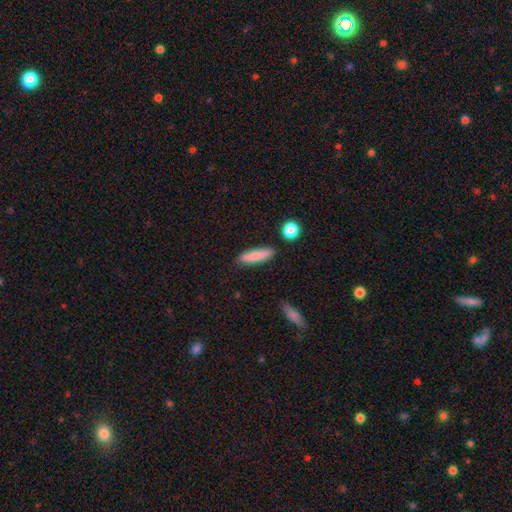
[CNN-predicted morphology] Smooth or featured? Predicted: smooth (p=0.84). How rounded? Predicted: cigar-shaped (p=0.73). Merging? Predicted: none (p=0.86).